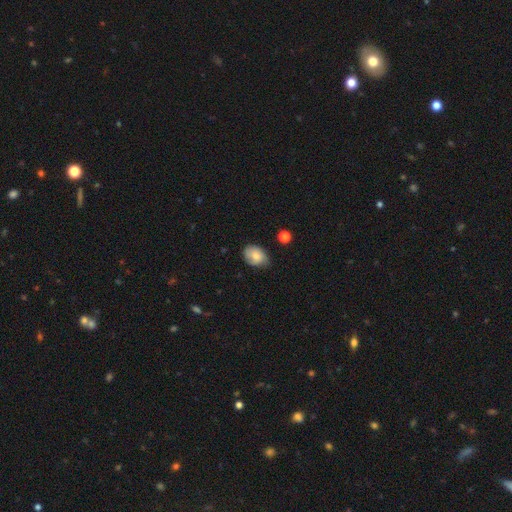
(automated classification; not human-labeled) smooth-or-featured: smooth: 76% | featured or disk: 16% | star or artifact: 8%
  how-rounded: in between: 70% | round: 28% | cigar-shaped: 1%
  merging: none: 62% | minor disturbance: 31% | major disturbance: 5% | merger: 2%